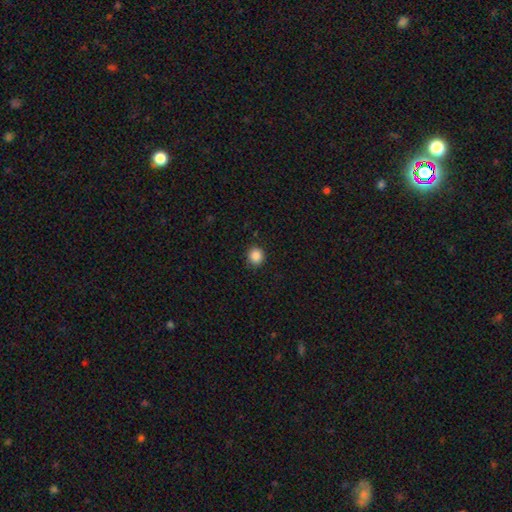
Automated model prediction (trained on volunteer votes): Smooth or featured? Predicted: smooth (p=0.87). How rounded? Predicted: round (p=0.90). Merging? Predicted: none (p=0.89).